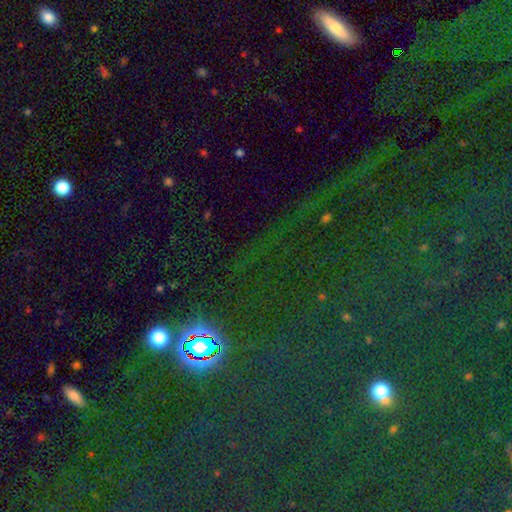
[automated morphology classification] A star or artifact, not a galaxy (81%).

Vote fractions:
- Smooth or featured? star or artifact: 81% / smooth: 11% / featured or disk: 8%